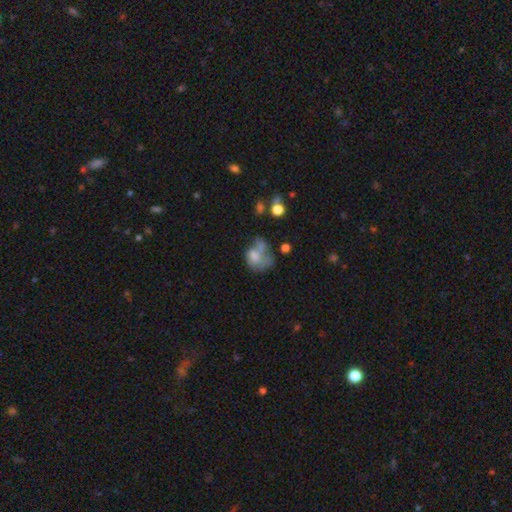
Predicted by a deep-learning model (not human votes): This appears to be a smooth galaxy with no disk features (52%) that is in between round and cigar-shaped (58%). Merging: major disturbance (37%).